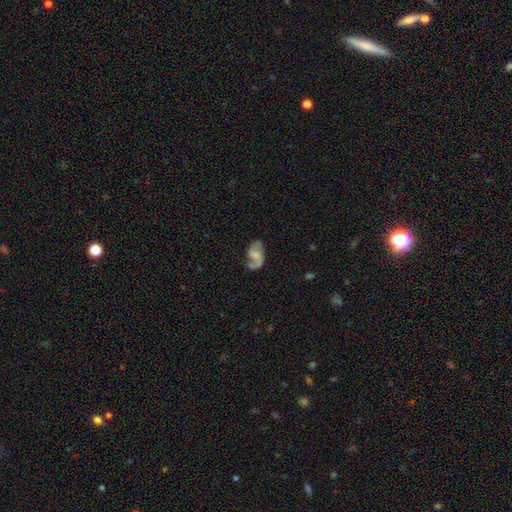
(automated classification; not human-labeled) smooth_or_featured: featured or disk (p=0.55) [alt: smooth p=0.37]
disk_edge_on: no (p=0.97) [alt: yes p=0.03]
bar: no (p=0.64) [alt: weak p=0.29]
has_spiral_arms: yes (p=0.72) [alt: no p=0.28]
bulge_size: none (p=0.41) [alt: small p=0.24]
merging: none (p=0.40) [alt: minor disturbance p=0.25]